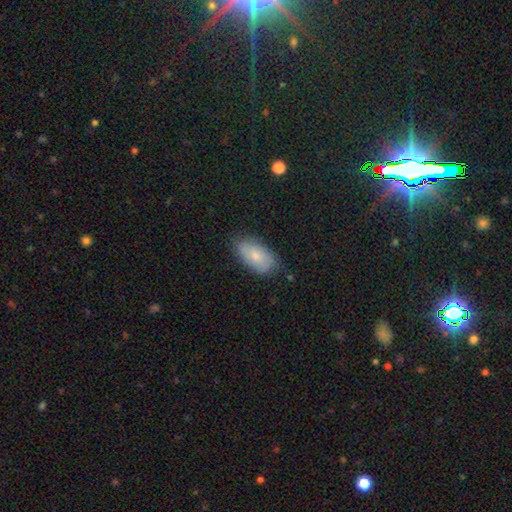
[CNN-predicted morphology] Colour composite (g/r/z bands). It shows a smooth galaxy with no disk features (73%) that is in between round and cigar-shaped (93%). Merging: none (74%).